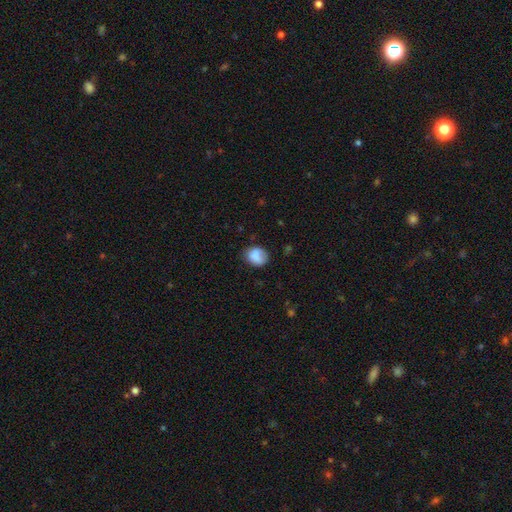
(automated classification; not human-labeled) Smooth or featured: smooth — 84% (star or artifact — 8%)
How rounded: round — 59% (in between — 40%)
Merging: none — 66% (minor disturbance — 25%)